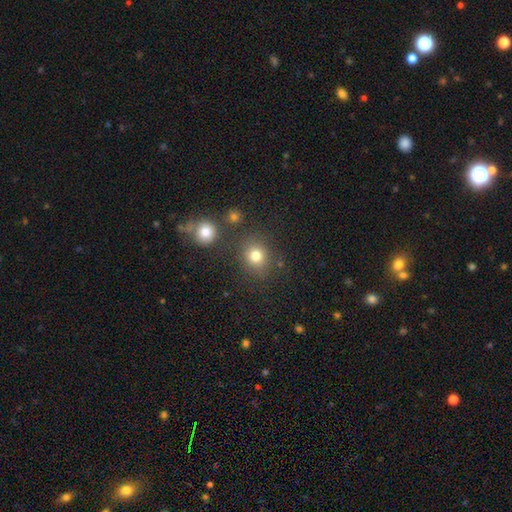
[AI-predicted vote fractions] This is likely a smooth galaxy (78%). How rounded: likely round (79%). Merging: likely none (80%).